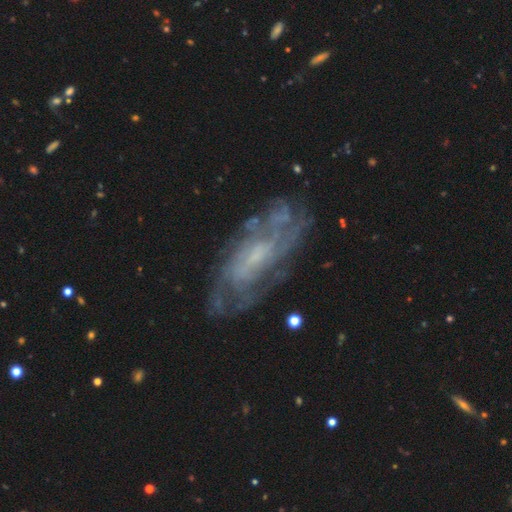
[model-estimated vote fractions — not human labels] A featured or disk galaxy (80%) with no bar (53%), tight (55%) spiral arms (83%) and a small central bulge (57%).

Vote fractions:
- Smooth or featured? featured or disk: 80% / smooth: 12% / star or artifact: 8%
- Edge-on disk? no: 90% / yes: 10%
- Bar? no: 53% / weak: 38% / strong: 9%
- Spiral arms? yes: 83% / no: 17%
- Spiral winding? tight: 55% / medium: 33% / loose: 12%
- Spiral arm count? can't tell: 59% / 2: 11% / 4: 10% / 3: 9% / more than 4: 7% / 1: 5%
- Bulge size? small: 57% / moderate: 25% / none: 15% / large: 2% / dominant: 1%
- Merging? none: 73% / minor disturbance: 17% / major disturbance: 8% / merger: 2%